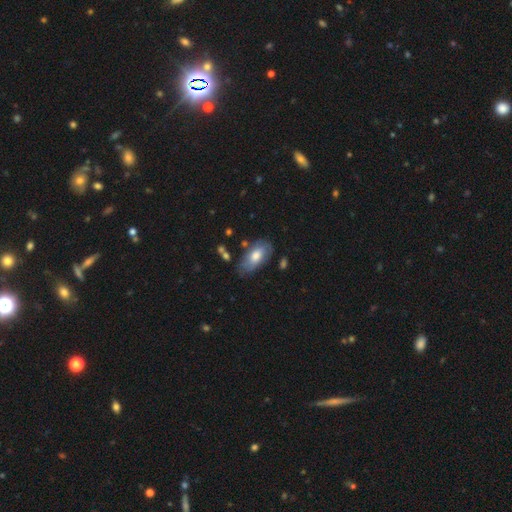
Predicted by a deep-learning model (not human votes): The model was most divided on "smooth or featured": smooth: 64%, featured or disk: 30%, star or artifact: 6%. More confident: how rounded — in between (91%); merging — none (68%).